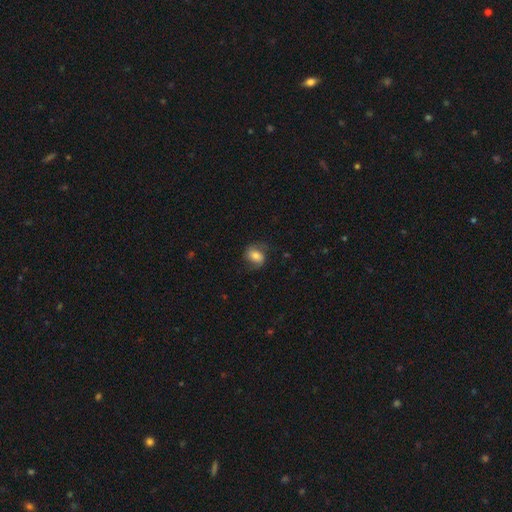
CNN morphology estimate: The model was most divided on "smooth or featured": smooth: 56%, featured or disk: 35%, star or artifact: 9%. More confident: merging — none (67%); how rounded — in between (62%).